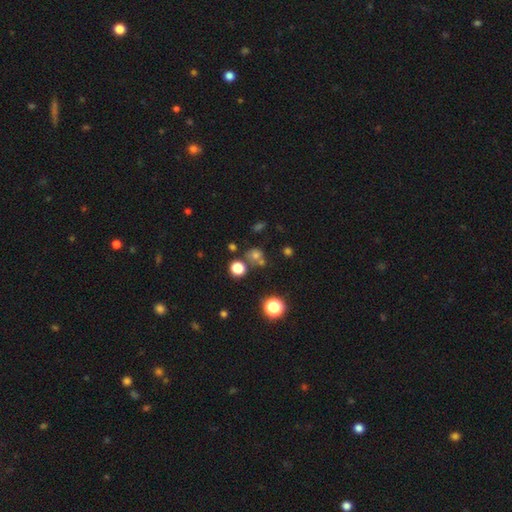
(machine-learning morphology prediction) smooth-or-featured: smooth: 65% | star or artifact: 26% | featured or disk: 10%
  how-rounded: round: 84% | in between: 15% | cigar-shaped: 1%
  merging: none: 63% | merger: 22% | minor disturbance: 11% | major disturbance: 5%